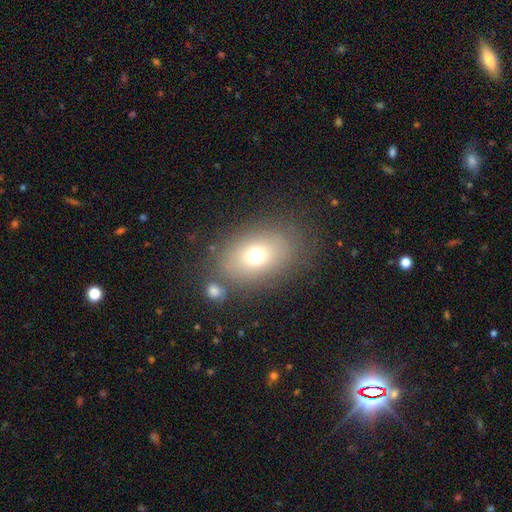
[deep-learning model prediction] This appears to be a smooth galaxy with no disk features (70%) that is in between round and cigar-shaped (72%). Merging: none (73%).